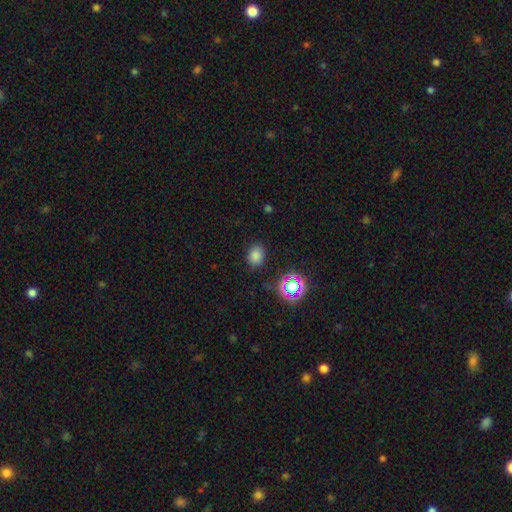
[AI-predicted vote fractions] Morphology: type=smooth (75%); roundness=in between (50%); merging=none (83%).